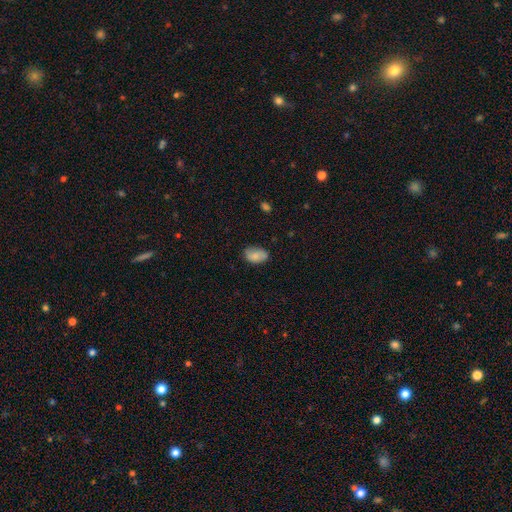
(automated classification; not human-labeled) Smooth or featured? Predicted: smooth (p=0.80). How rounded? Predicted: in between (p=0.91). Merging? Predicted: none (p=0.74).